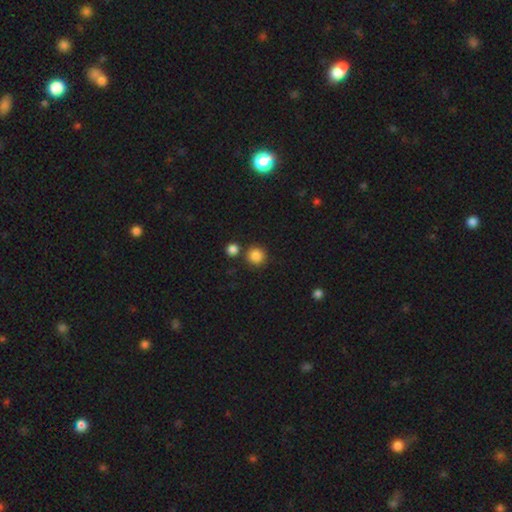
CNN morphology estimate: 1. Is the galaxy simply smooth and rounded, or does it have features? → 86% smooth, 10% star or artifact, 4% featured or disk.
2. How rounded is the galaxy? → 92% round, 7% in between, 1% cigar-shaped.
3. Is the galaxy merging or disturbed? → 80% none, 10% merger, 8% minor disturbance, 3% major disturbance.